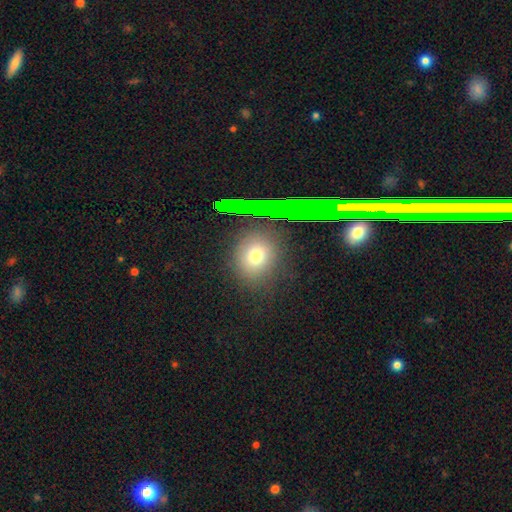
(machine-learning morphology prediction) A smooth galaxy with no disk features (69%) that is round (70%).

Vote fractions:
- Smooth or featured? smooth: 69% / star or artifact: 19% / featured or disk: 12%
- How rounded? round: 70% / in between: 28% / cigar-shaped: 2%
- Merging? none: 84% / minor disturbance: 9% / major disturbance: 4% / merger: 3%